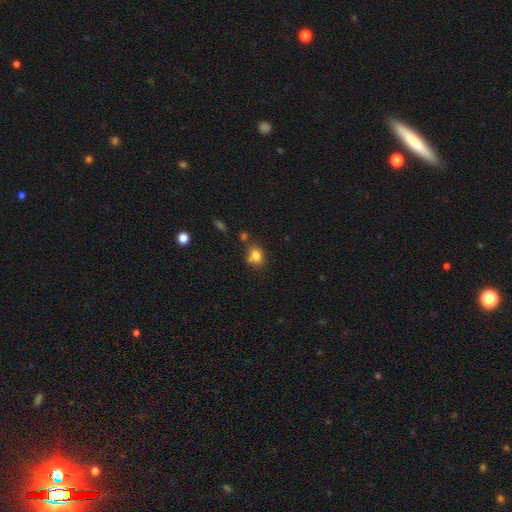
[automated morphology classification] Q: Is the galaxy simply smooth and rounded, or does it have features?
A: smooth — 79%.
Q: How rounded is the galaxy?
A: in between — 55%.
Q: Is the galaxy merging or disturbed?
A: none — 57%.